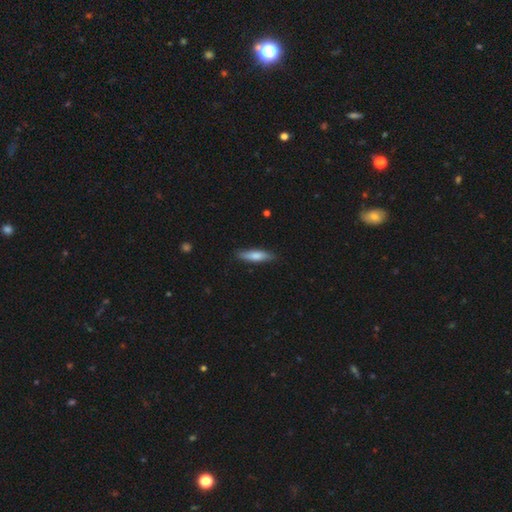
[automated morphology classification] This appears to be a smooth galaxy with no disk features (69%) that is cigar-shaped (73%). Merging: none (85%).